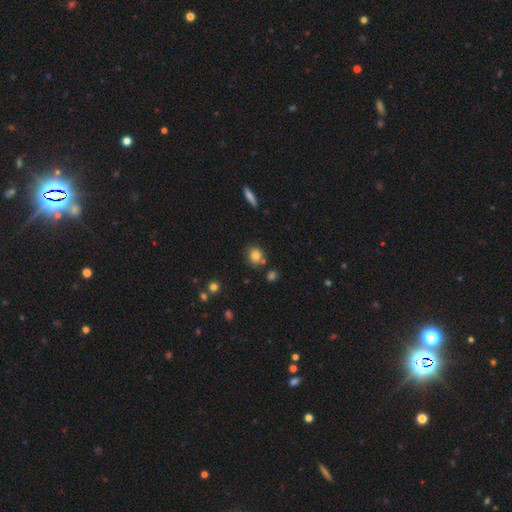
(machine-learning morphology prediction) Smooth or featured?
  - smooth: 82% *
  - star or artifact: 11%
  - featured or disk: 7%
How rounded?
  - round: 80% *
  - in between: 19%
  - cigar-shaped: 1%
Merging?
  - none: 75% *
  - merger: 11%
  - minor disturbance: 10%
  - major disturbance: 3%